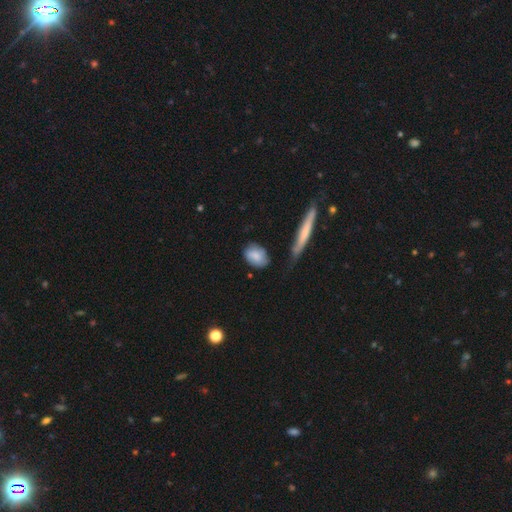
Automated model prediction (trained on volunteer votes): smooth 77%, featured or disk 17%, star or artifact 6%. Down the decision tree: how rounded — in between (78%); merging — none (66%).